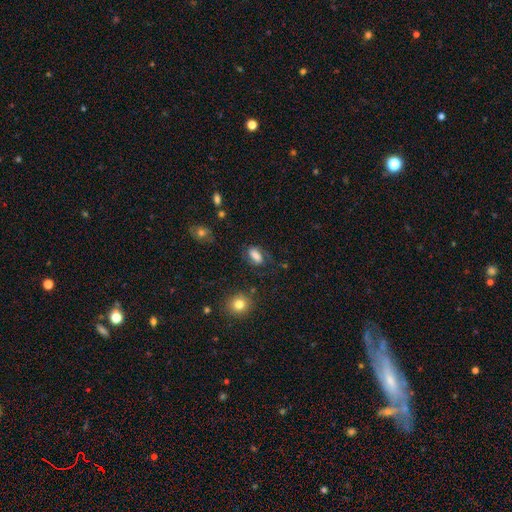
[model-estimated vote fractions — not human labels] Smooth or featured: smooth — 70% (featured or disk — 19%)
How rounded: in between — 85% (round — 8%)
Merging: none — 65% (minor disturbance — 21%)